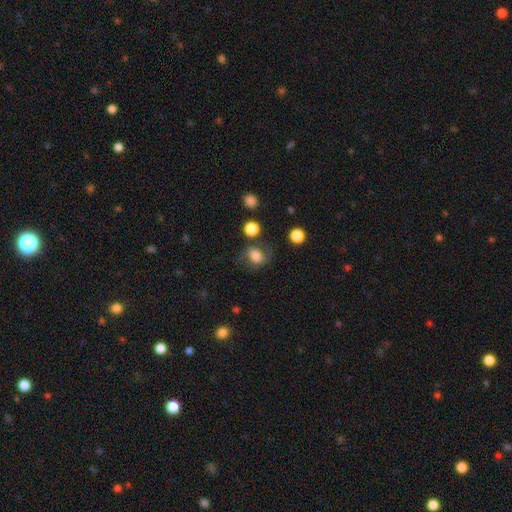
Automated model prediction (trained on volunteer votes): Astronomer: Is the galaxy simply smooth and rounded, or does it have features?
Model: smooth — 68%.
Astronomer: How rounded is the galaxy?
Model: round — 53% (runner-up: in between, 45%).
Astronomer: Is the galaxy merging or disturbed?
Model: none — 62%.